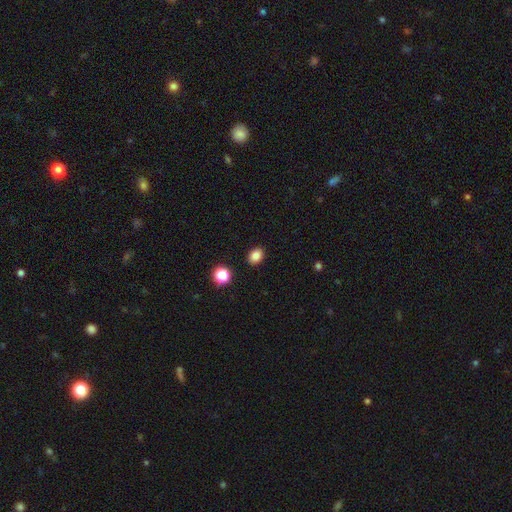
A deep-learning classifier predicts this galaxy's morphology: smooth-or-featured: smooth: 84% | star or artifact: 11% | featured or disk: 5%
  how-rounded: in between: 63% | round: 36% | cigar-shaped: 1%
  merging: none: 89% | minor disturbance: 7% | major disturbance: 2% | merger: 2%